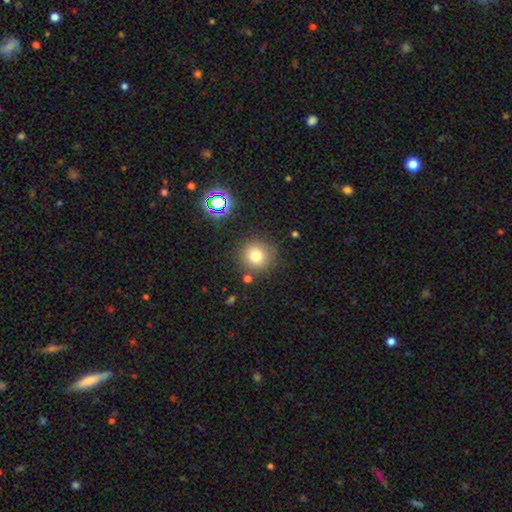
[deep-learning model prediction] Overall: smooth (77%). How rounded: round (93%). Merging: none (83%).